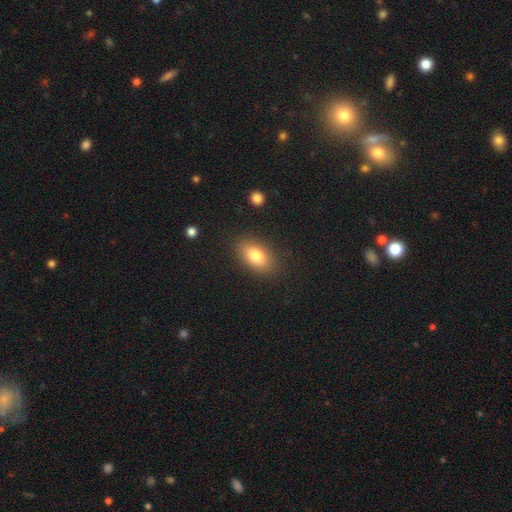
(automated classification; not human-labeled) This appears to be a smooth galaxy with no disk features (81%) that is in between round and cigar-shaped (89%). Merging: none (86%).